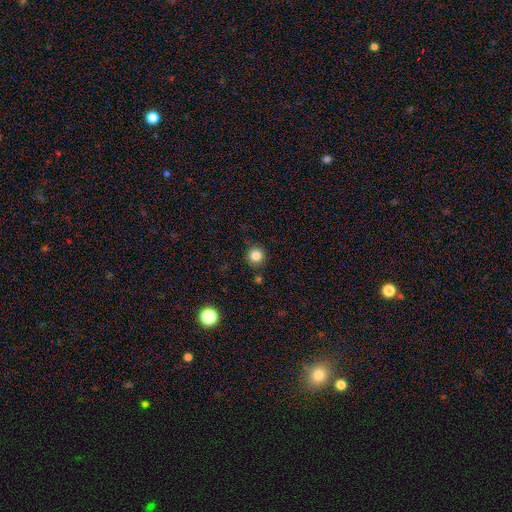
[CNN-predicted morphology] Smooth or featured: smooth — 84% (star or artifact — 12%)
How rounded: round — 94% (in between — 5%)
Merging: none — 86% (minor disturbance — 9%)